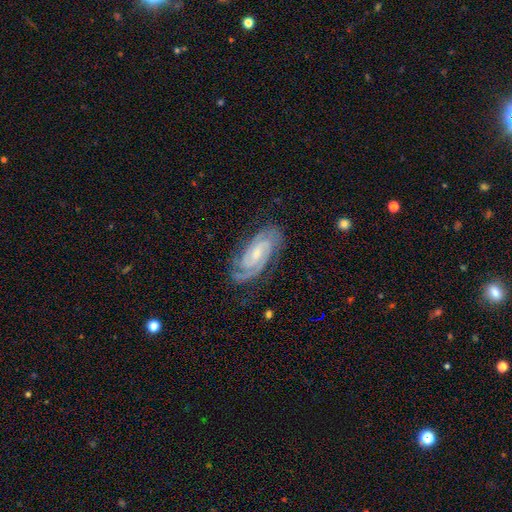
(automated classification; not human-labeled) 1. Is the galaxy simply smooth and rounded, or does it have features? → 90% featured or disk, 5% smooth, 5% star or artifact.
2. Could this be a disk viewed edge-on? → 96% no, 4% yes.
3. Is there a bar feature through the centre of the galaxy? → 43% weak, 39% no, 18% strong.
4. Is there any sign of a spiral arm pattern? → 98% yes, 2% no.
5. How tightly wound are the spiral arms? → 70% tight, 27% medium, 4% loose.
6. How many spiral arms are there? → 60% 2, 19% 3, 9% can't tell, 5% 4, 3% 1, 3% more than 4.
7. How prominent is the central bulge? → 66% small, 26% moderate, 6% none, 2% large, 1% dominant.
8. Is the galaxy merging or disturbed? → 81% none, 14% minor disturbance, 4% major disturbance, 1% merger.